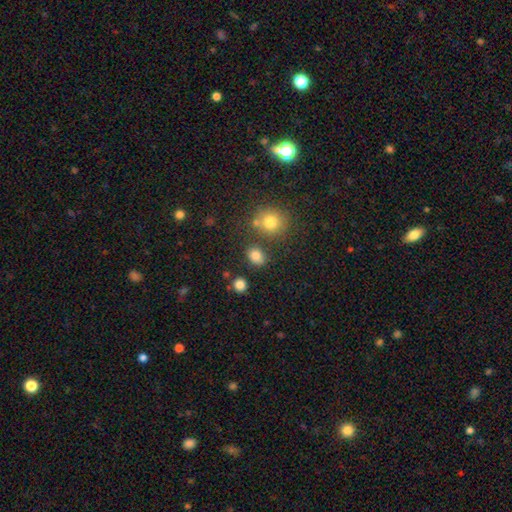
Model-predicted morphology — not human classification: smooth_or_featured: smooth (p=0.82) [alt: star or artifact p=0.12]
how_rounded: in between (p=0.60) [alt: round p=0.39]
merging: none (p=0.78) [alt: minor disturbance p=0.11]